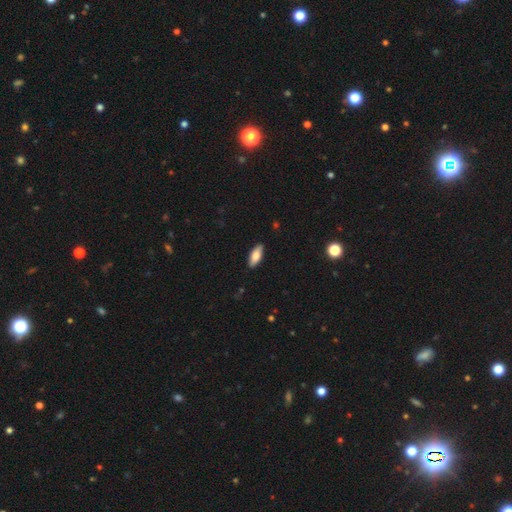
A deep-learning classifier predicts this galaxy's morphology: The model was most divided on "smooth or featured": smooth: 77%, featured or disk: 17%, star or artifact: 6%. More confident: merging — none (88%); how rounded — in between (80%).